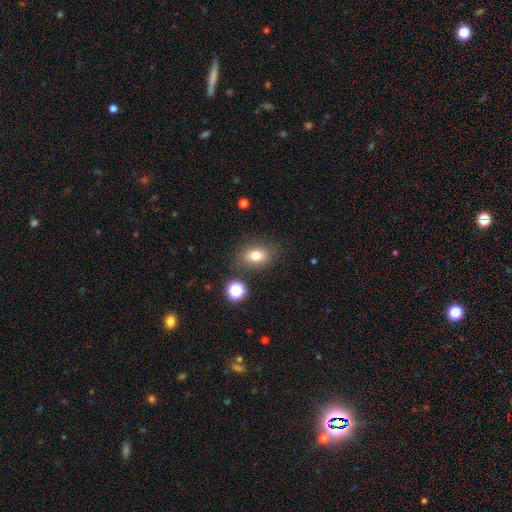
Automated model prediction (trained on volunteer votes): The model was most divided on "how rounded": in between: 68%, round: 30%, cigar-shaped: 1%. More confident: merging — none (79%); smooth or featured — smooth (77%).